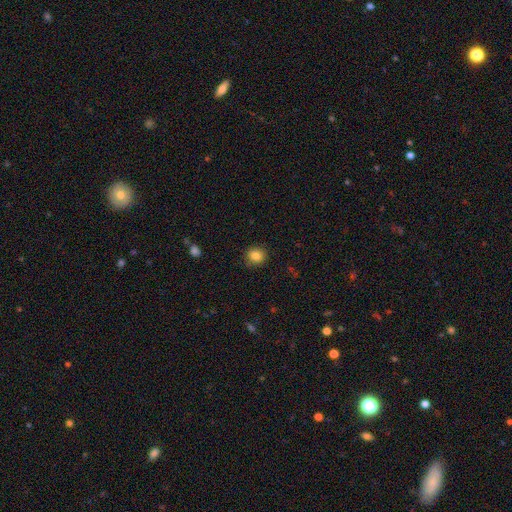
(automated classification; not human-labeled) smooth_or_featured: smooth (p=0.84) [alt: star or artifact p=0.10]
how_rounded: round (p=0.78) [alt: in between p=0.21]
merging: none (p=0.88) [alt: minor disturbance p=0.08]